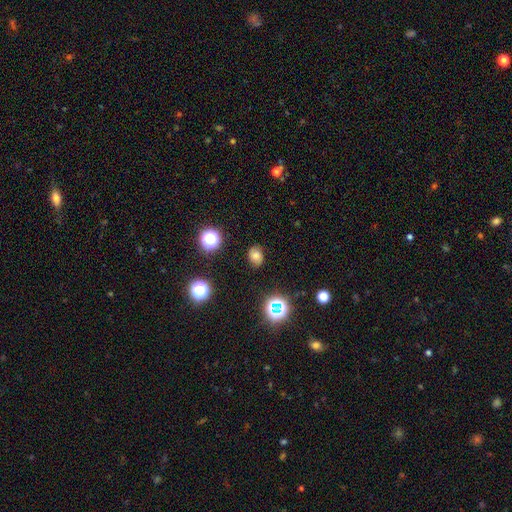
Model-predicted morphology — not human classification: A smooth galaxy with no disk features (64%) that is in between round and cigar-shaped (59%).

Vote fractions:
- Smooth or featured? smooth: 64% / star or artifact: 20% / featured or disk: 16%
- How rounded? in between: 59% / round: 40% / cigar-shaped: 1%
- Merging? none: 80% / minor disturbance: 15% / major disturbance: 4% / merger: 1%